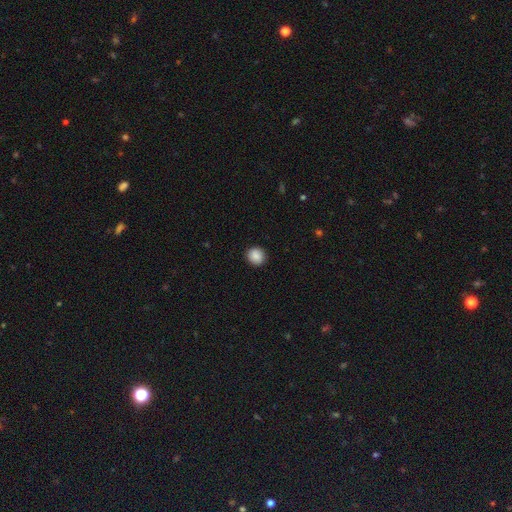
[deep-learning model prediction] smooth 88%, star or artifact 9%, featured or disk 4%. Down the decision tree: how rounded — round (87%); merging — none (90%).